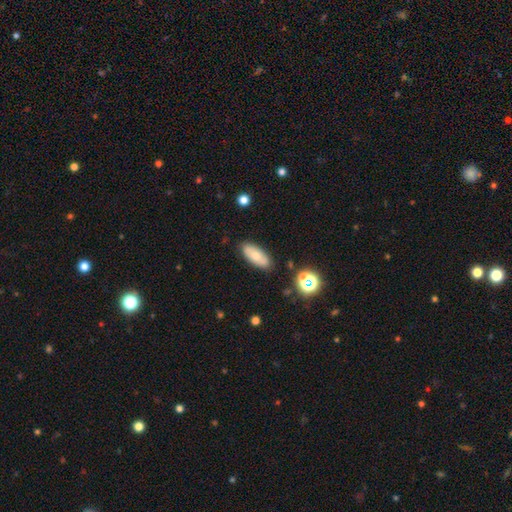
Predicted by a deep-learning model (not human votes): The model was most divided on "smooth or featured": smooth: 70%, featured or disk: 22%, star or artifact: 8%. More confident: merging — none (84%); how rounded — in between (82%).